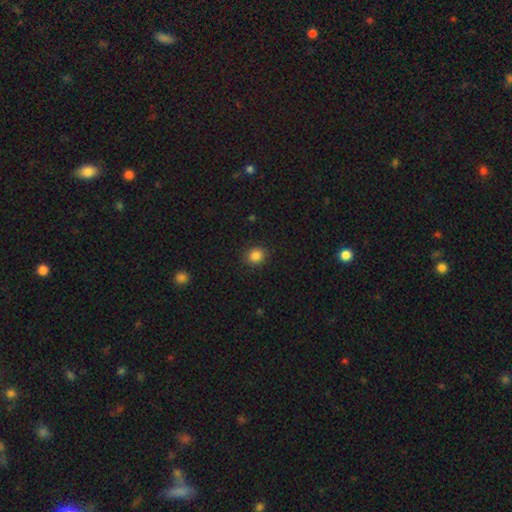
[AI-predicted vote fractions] This appears to be a smooth galaxy with no disk features (86%) that is round (80%). Merging: none (89%).